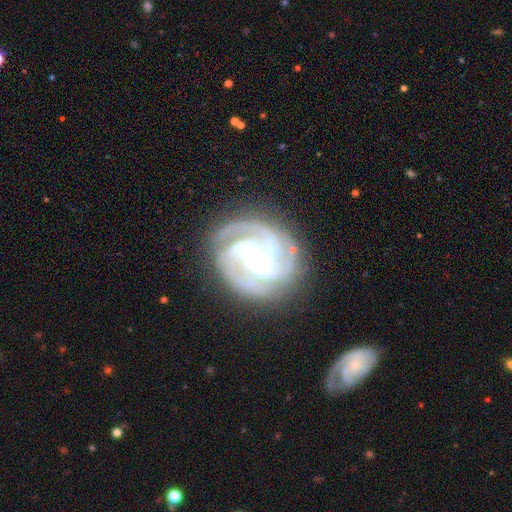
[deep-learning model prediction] smooth_or_featured: featured or disk (p=0.88) [alt: star or artifact p=0.06]
disk_edge_on: no (p=0.98) [alt: yes p=0.02]
bar: strong (p=0.58) [alt: weak p=0.31]
has_spiral_arms: yes (p=0.97) [alt: no p=0.03]
spiral_winding: tight (p=0.56) [alt: medium p=0.37]
spiral_arm_count: 3 (p=0.40) [alt: 2 p=0.28]
bulge_size: moderate (p=0.49) [alt: large p=0.25]
merging: none (p=0.72) [alt: minor disturbance p=0.16]